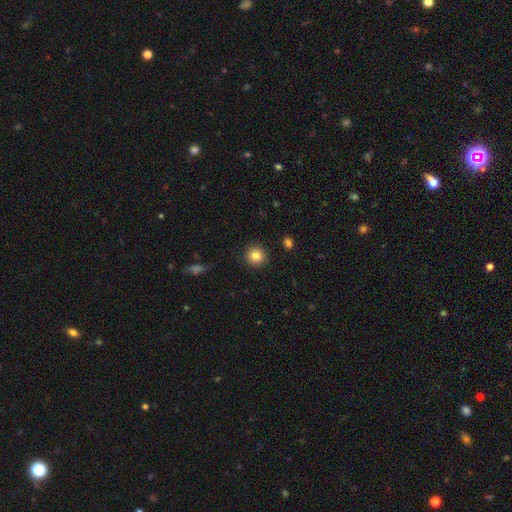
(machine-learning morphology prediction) This is clearly a smooth galaxy (84%). How rounded: clearly round (93%). Merging: clearly none (92%).